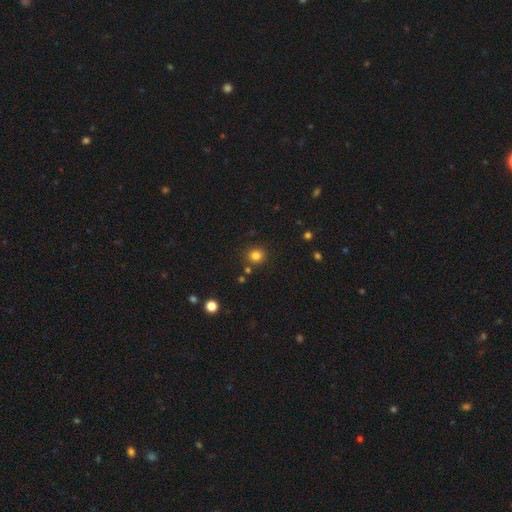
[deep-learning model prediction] This is clearly a smooth galaxy (81%). How rounded: clearly round (88%). Merging: clearly none (85%).